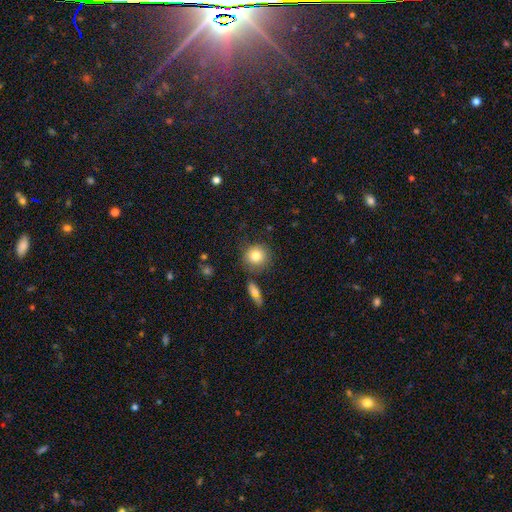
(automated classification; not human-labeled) smooth_or_featured: smooth (p=0.81) [alt: star or artifact p=0.10]
how_rounded: round (p=0.90) [alt: in between p=0.09]
merging: none (p=0.80) [alt: minor disturbance p=0.11]